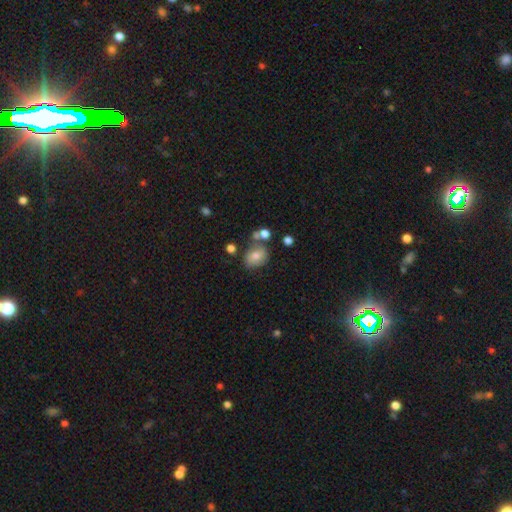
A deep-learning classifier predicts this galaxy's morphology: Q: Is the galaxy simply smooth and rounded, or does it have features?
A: star or artifact — 55%.